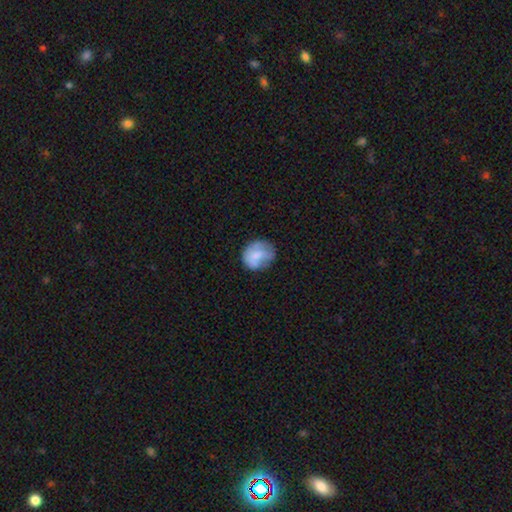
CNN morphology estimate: Q: Smooth or featured?
A: smooth (72%); runner-up: featured or disk (21%)
Q: How rounded?
A: round (72%); runner-up: in between (27%)
Q: Merging?
A: none (62%); runner-up: minor disturbance (25%)